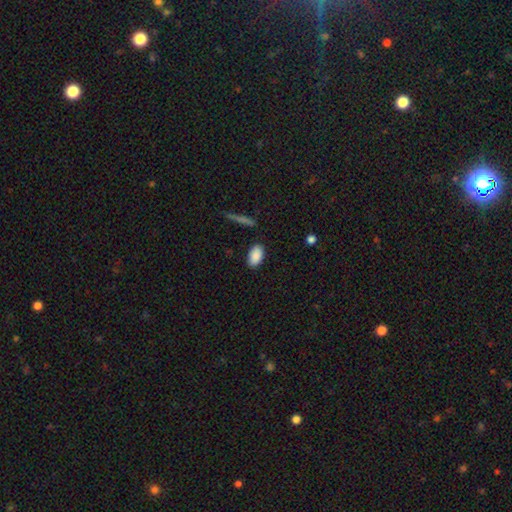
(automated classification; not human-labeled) Overall: smooth (89%). How rounded: in between (93%). Merging: none (86%).